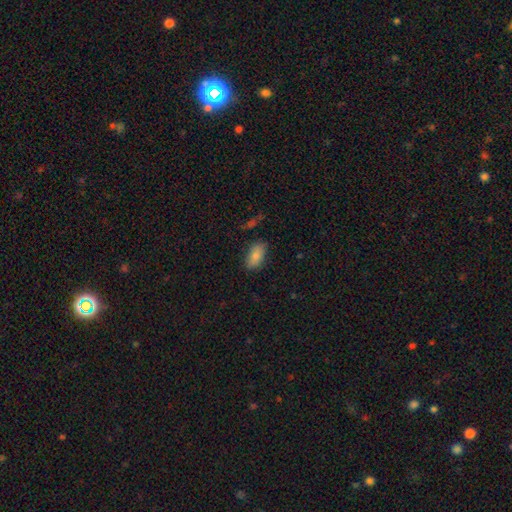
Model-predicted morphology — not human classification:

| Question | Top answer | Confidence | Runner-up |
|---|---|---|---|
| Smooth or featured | smooth | 83% | featured or disk (9%) |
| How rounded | in between | 91% | cigar-shaped (5%) |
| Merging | none | 79% | minor disturbance (16%) |